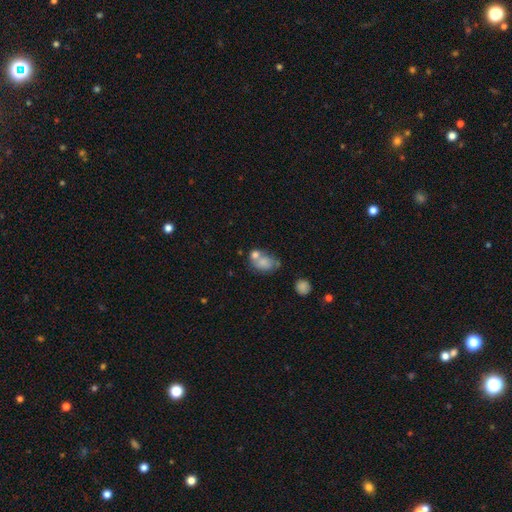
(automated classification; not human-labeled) Smooth or featured? smooth (73%)
How rounded? in between (69%)
Merging? merger (45%)